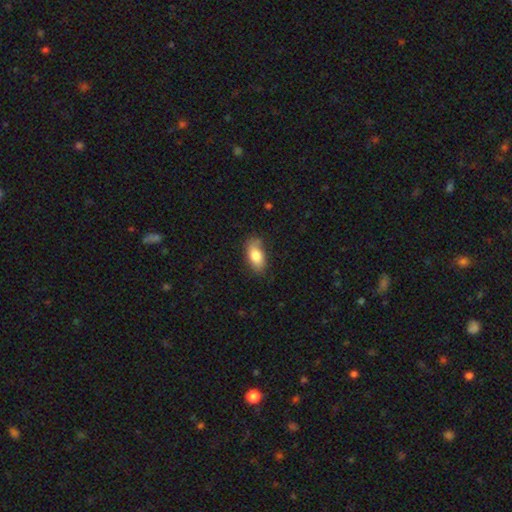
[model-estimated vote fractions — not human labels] smooth-or-featured: smooth: 82% | featured or disk: 11% | star or artifact: 7%
  how-rounded: in between: 89% | cigar-shaped: 7% | round: 4%
  merging: none: 75% | minor disturbance: 19% | major disturbance: 4% | merger: 2%